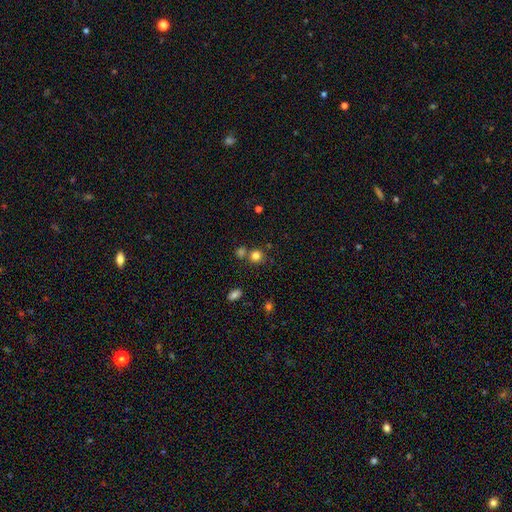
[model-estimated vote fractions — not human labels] smooth_or_featured: smooth (p=0.80) [alt: star or artifact p=0.14]
how_rounded: round (p=0.87) [alt: in between p=0.12]
merging: none (p=0.65) [alt: merger p=0.23]